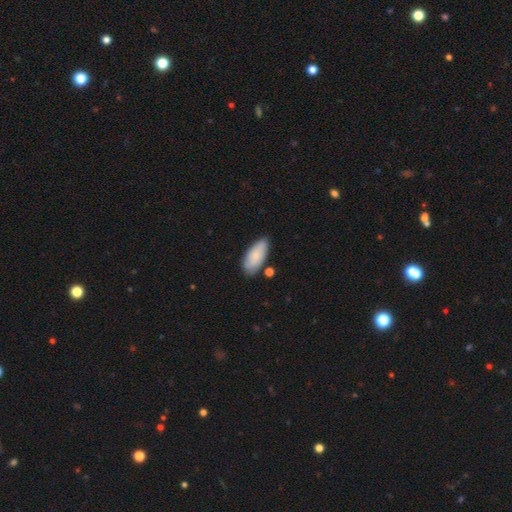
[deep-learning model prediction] Overall: smooth (80%). How rounded: in between (89%). Merging: none (71%).